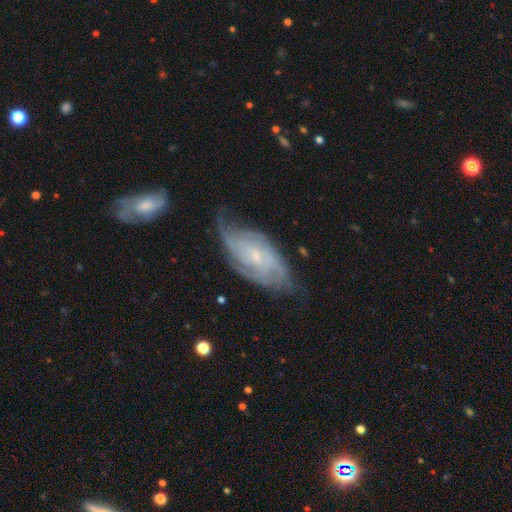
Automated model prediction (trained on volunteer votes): This appears to be a featured or disk galaxy (77%) with no bar (64%), tight (54%) spiral arms (91%) and a small central bulge (75%). Merging: none (54%).